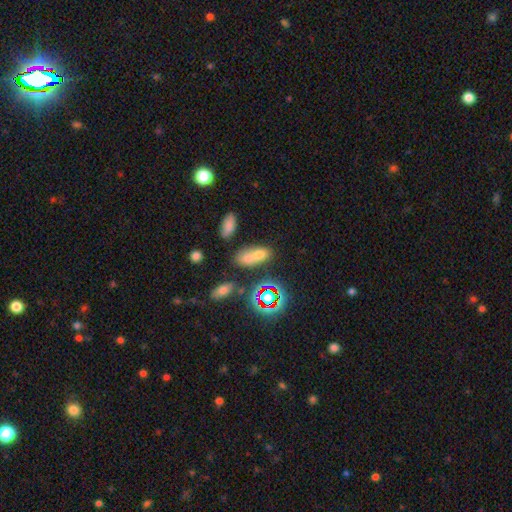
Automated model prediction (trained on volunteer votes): Smooth or featured: smooth — 65% (star or artifact — 20%)
How rounded: in between — 78% (round — 13%)
Merging: none — 43% (merger — 37%)